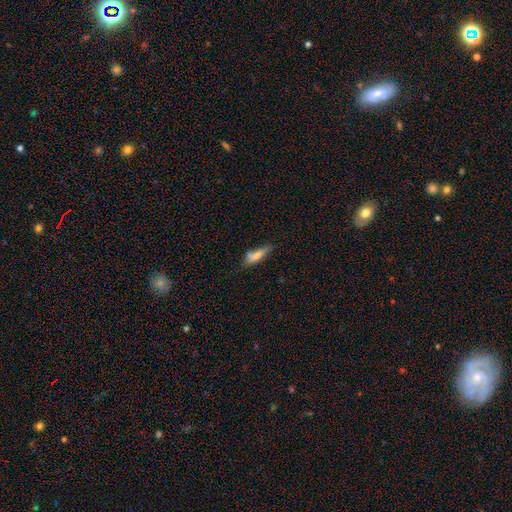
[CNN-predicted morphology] smooth-or-featured: smooth: 73% | featured or disk: 19% | star or artifact: 8%
  how-rounded: cigar-shaped: 50% | in between: 47% | round: 2%
  merging: none: 45% | minor disturbance: 32% | major disturbance: 12% | merger: 11%